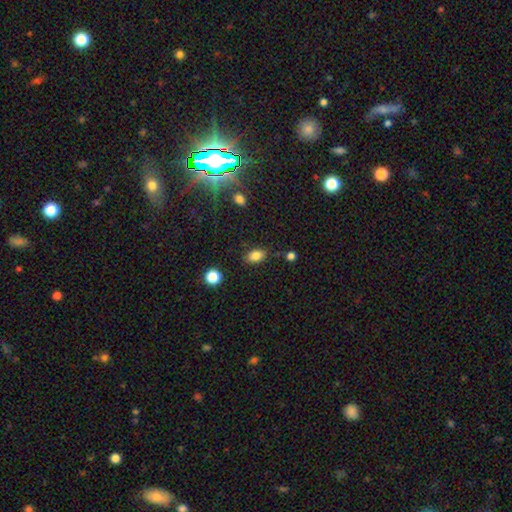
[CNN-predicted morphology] This appears to be a smooth galaxy with no disk features (83%) that is in between round and cigar-shaped (85%). Merging: none (82%).